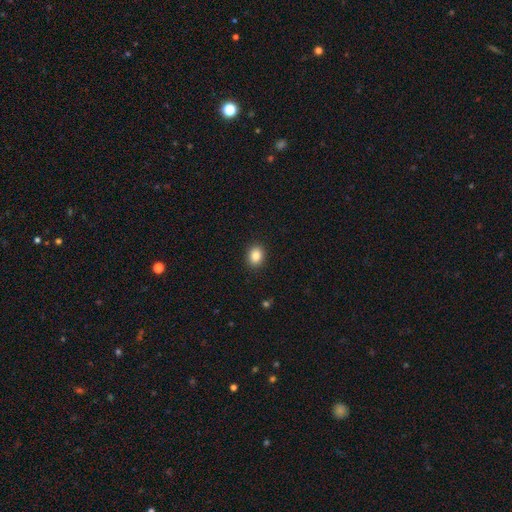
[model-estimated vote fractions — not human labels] Smooth or featured?
  - smooth: 85% *
  - star or artifact: 10%
  - featured or disk: 5%
How rounded?
  - in between: 54% *
  - round: 45%
  - cigar-shaped: 1%
Merging?
  - none: 91% *
  - minor disturbance: 6%
  - major disturbance: 2%
  - merger: 1%